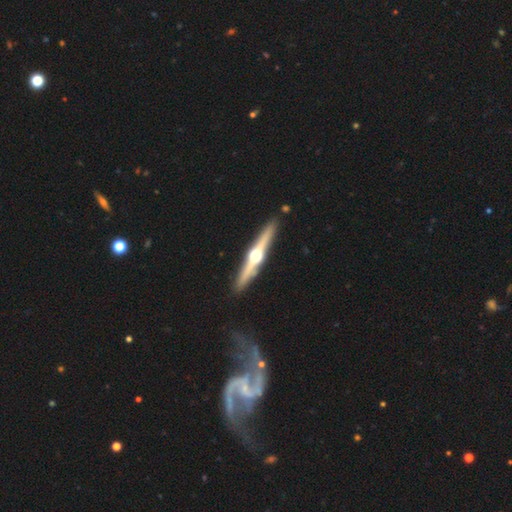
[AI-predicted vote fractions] This appears to be a featured or disk galaxy (78%) viewed edge-on (98%) with a rounded central bulge (97%). Merging: none (91%).